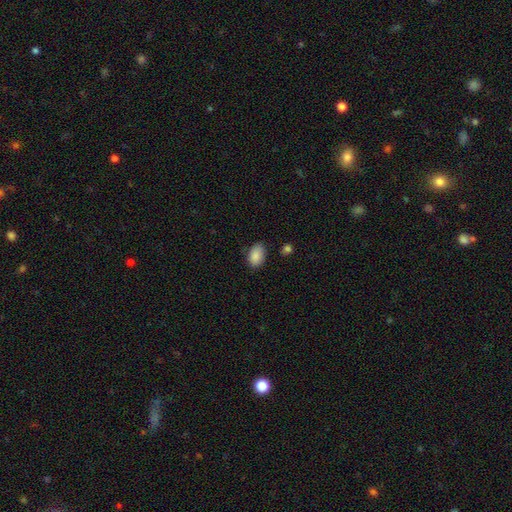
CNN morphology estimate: smooth_or_featured: smooth (p=0.88) [alt: star or artifact p=0.08]
how_rounded: in between (p=0.89) [alt: round p=0.10]
merging: none (p=0.77) [alt: minor disturbance p=0.18]